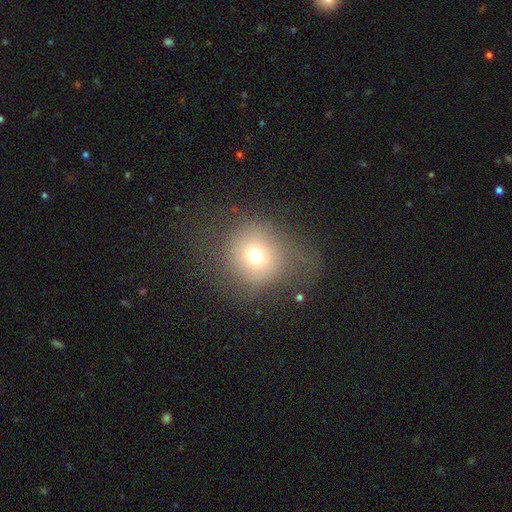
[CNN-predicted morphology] Smooth or featured: smooth — 67% (featured or disk — 17%)
How rounded: round — 88% (in between — 11%)
Merging: none — 58% (major disturbance — 21%)